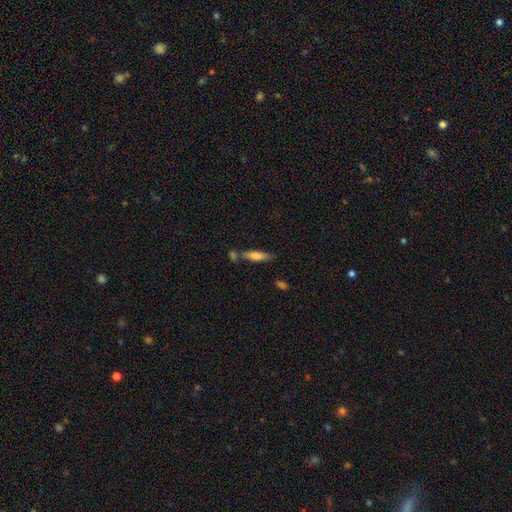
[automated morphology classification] This is likely a smooth galaxy (68%). How rounded: likely cigar-shaped (71%). Merging: likely none (65%).